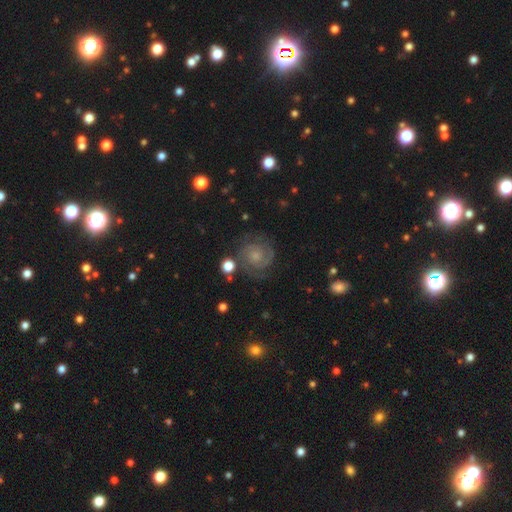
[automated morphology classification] smooth_or_featured: featured or disk (p=0.83) [alt: smooth p=0.09]
disk_edge_on: no (p=0.98) [alt: yes p=0.02]
bar: no (p=0.70) [alt: weak p=0.25]
has_spiral_arms: yes (p=0.97) [alt: no p=0.03]
spiral_winding: tight (p=0.64) [alt: medium p=0.30]
spiral_arm_count: 2 (p=0.73) [alt: 3 p=0.11]
bulge_size: small (p=0.54) [alt: moderate p=0.27]
merging: none (p=0.78) [alt: minor disturbance p=0.13]